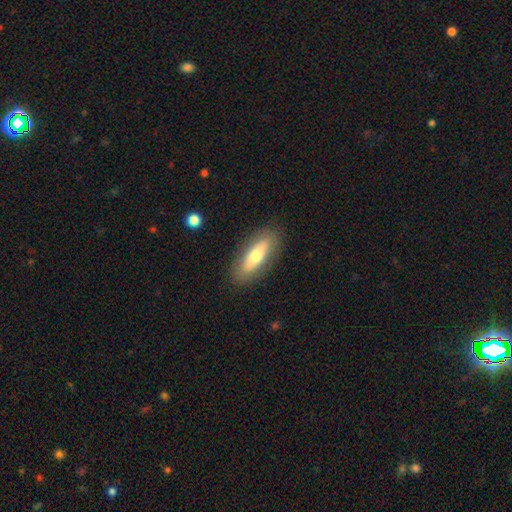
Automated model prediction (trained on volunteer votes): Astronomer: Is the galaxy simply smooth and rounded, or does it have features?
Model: smooth — 63%.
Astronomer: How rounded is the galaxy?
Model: in between — 63%.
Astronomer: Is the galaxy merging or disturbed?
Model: none — 87%.